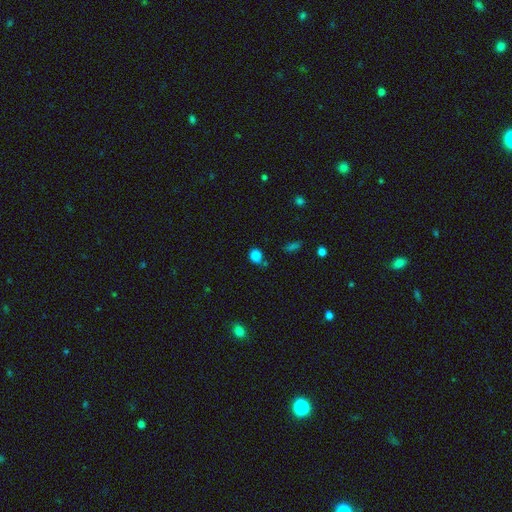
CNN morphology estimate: smooth_or_featured: smooth (p=0.83) [alt: star or artifact p=0.12]
how_rounded: round (p=0.74) [alt: in between p=0.25]
merging: none (p=0.71) [alt: minor disturbance p=0.16]